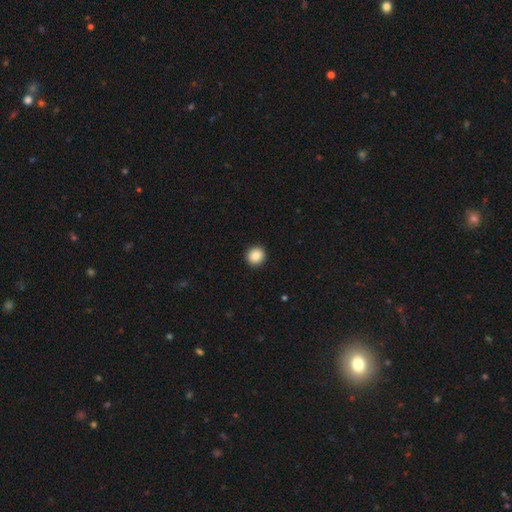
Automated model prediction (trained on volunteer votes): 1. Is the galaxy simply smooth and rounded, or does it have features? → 86% smooth, 9% star or artifact, 5% featured or disk.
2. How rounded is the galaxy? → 92% round, 8% in between, 1% cigar-shaped.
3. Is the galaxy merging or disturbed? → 93% none, 5% minor disturbance, 2% major disturbance, 1% merger.